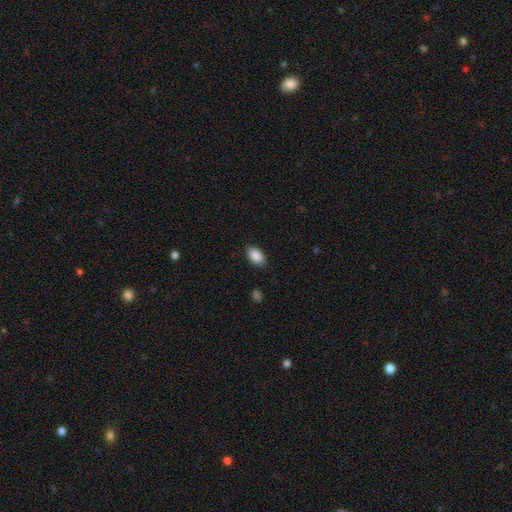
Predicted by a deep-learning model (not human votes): Smooth or featured?
  - smooth: 89% *
  - star or artifact: 7%
  - featured or disk: 4%
How rounded?
  - in between: 92% *
  - round: 7%
  - cigar-shaped: 2%
Merging?
  - none: 86% *
  - minor disturbance: 11%
  - major disturbance: 2%
  - merger: 1%